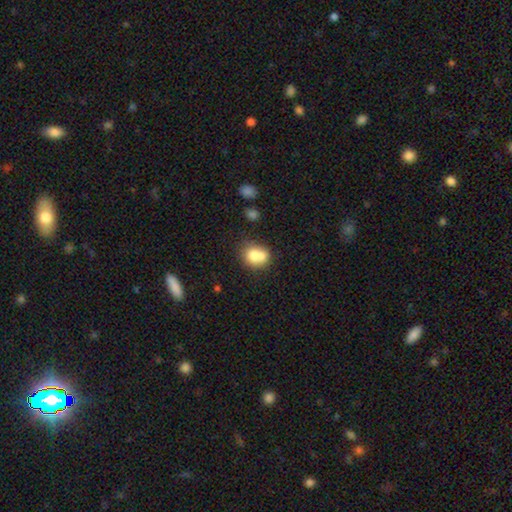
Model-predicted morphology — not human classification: This appears to be a smooth galaxy with no disk features (73%) that is round (59%). Merging: merger (48%).